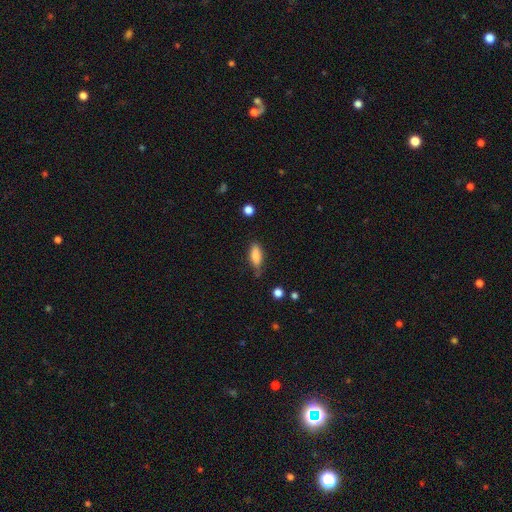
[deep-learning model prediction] smooth 82%, featured or disk 11%, star or artifact 7%. Down the decision tree: how rounded — in between (68%); merging — none (64%).